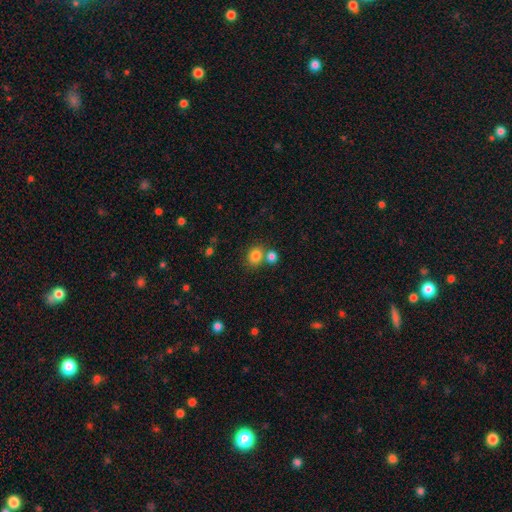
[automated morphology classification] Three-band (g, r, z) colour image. It shows a smooth galaxy with no disk features (82%) that is round (70%). Merging: none (61%).